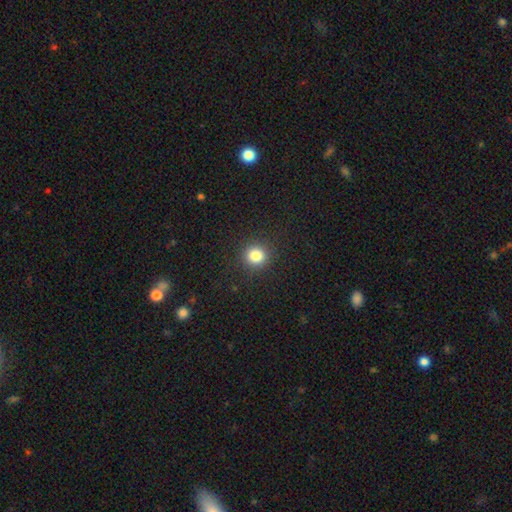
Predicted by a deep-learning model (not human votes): smooth 83%, star or artifact 12%, featured or disk 5%. Down the decision tree: how rounded — round (91%); merging — none (91%).